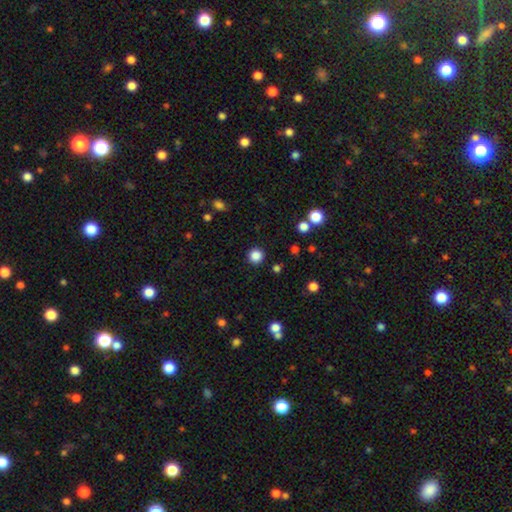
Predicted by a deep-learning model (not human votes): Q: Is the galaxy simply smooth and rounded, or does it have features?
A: smooth — 86%.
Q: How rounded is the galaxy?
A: round — 95%.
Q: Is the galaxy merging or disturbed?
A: none — 92%.